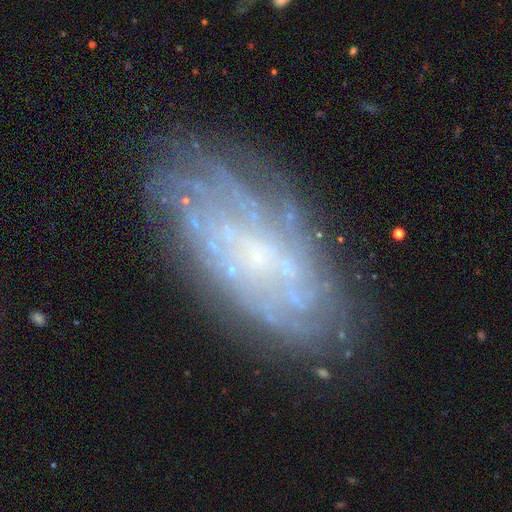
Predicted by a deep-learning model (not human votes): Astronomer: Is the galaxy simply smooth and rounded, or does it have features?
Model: featured or disk — 74%.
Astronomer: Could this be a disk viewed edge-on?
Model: no — 92%.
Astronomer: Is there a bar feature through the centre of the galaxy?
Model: no — 74%.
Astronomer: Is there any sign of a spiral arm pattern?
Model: yes — 75%.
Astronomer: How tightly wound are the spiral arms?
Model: tight — 61%.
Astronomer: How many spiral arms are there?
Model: can't tell — 58%.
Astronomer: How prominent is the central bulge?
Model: small — 62%.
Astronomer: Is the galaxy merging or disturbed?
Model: none — 74%.